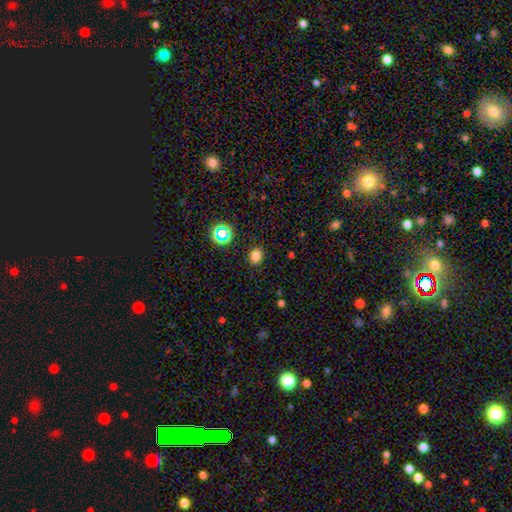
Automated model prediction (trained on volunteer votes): A smooth galaxy with no disk features (77%) that is in between round and cigar-shaped (50%).

Vote fractions:
- Smooth or featured? smooth: 77% / star or artifact: 17% / featured or disk: 6%
- How rounded? in between: 50% / round: 49% / cigar-shaped: 1%
- Merging? none: 87% / minor disturbance: 9% / major disturbance: 3% / merger: 1%